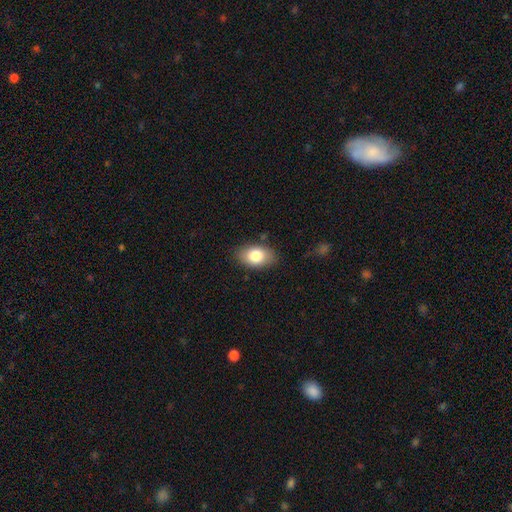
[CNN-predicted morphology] A smooth galaxy with no disk features (82%) that is in between round and cigar-shaped (89%). Merging: none (83%).